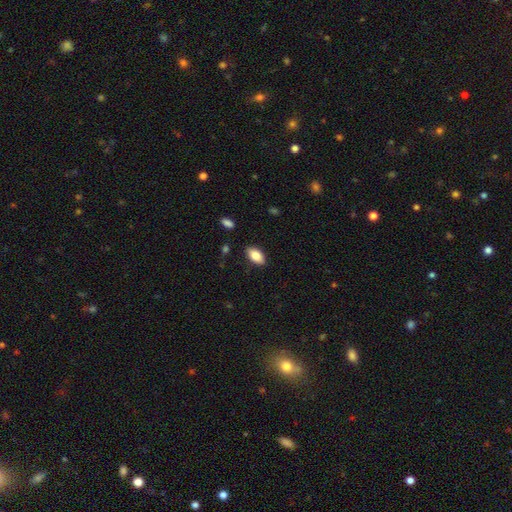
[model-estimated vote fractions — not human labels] A smooth galaxy with no disk features (82%) that is in between round and cigar-shaped (92%).

Vote fractions:
- Smooth or featured? smooth: 82% / featured or disk: 11% / star or artifact: 7%
- How rounded? in between: 92% / cigar-shaped: 4% / round: 4%
- Merging? none: 87% / minor disturbance: 10% / major disturbance: 2% / merger: 1%